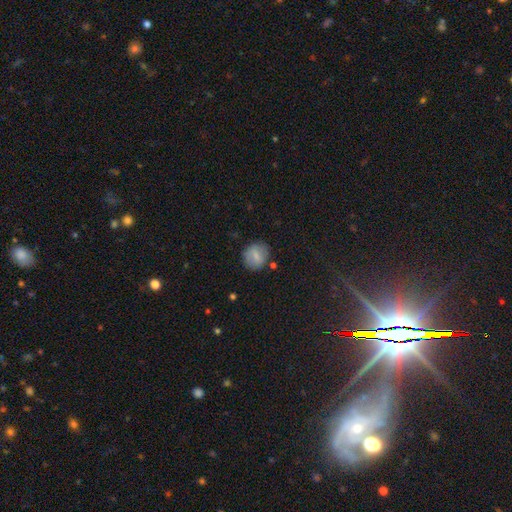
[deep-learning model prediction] Smooth or featured? smooth (72%)
How rounded? round (80%)
Merging? none (81%)